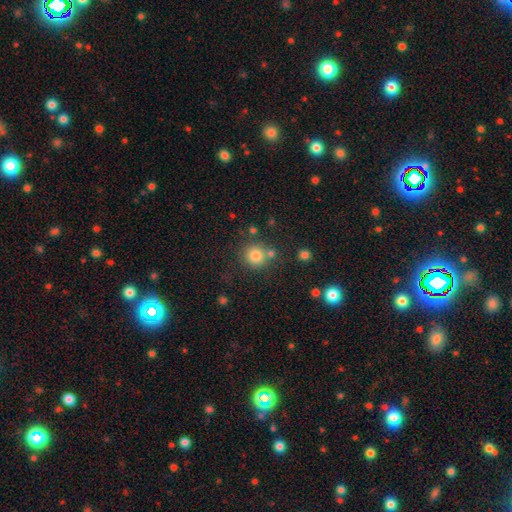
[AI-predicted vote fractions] A smooth galaxy with no disk features (82%) that is round (92%).

Vote fractions:
- Smooth or featured? smooth: 82% / star or artifact: 12% / featured or disk: 7%
- How rounded? round: 92% / in between: 7% / cigar-shaped: 1%
- Merging? none: 75% / merger: 11% / minor disturbance: 10% / major disturbance: 4%